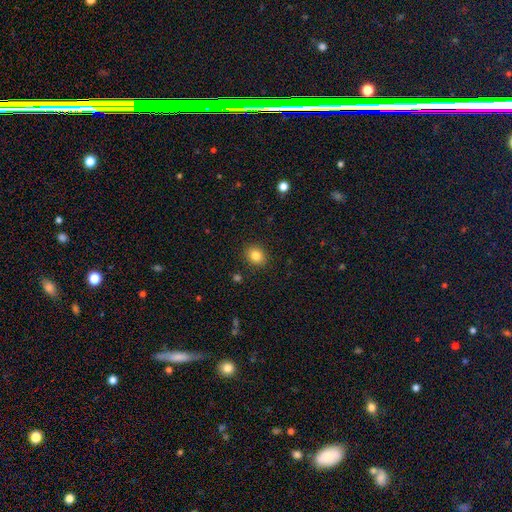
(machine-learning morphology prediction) Smooth or featured? smooth (83%)
How rounded? round (61%)
Merging? none (90%)